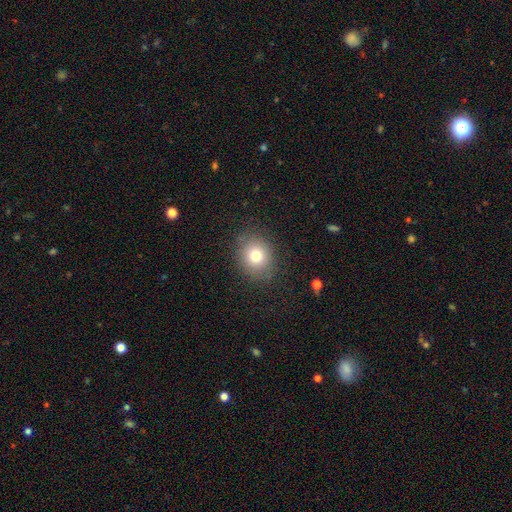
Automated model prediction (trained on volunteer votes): The model was most divided on "how rounded": round: 71%, in between: 28%, cigar-shaped: 1%. More confident: merging — none (85%); smooth or featured — smooth (76%).